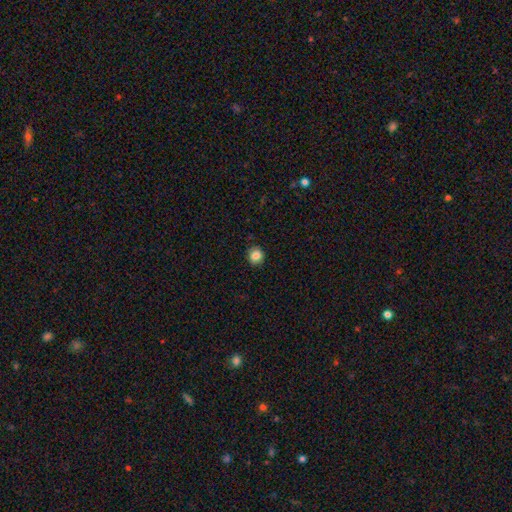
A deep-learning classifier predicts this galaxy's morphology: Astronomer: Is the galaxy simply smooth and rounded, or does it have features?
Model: smooth — 85%.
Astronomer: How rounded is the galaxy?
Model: round — 82%.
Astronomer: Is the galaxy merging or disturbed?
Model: none — 88%.